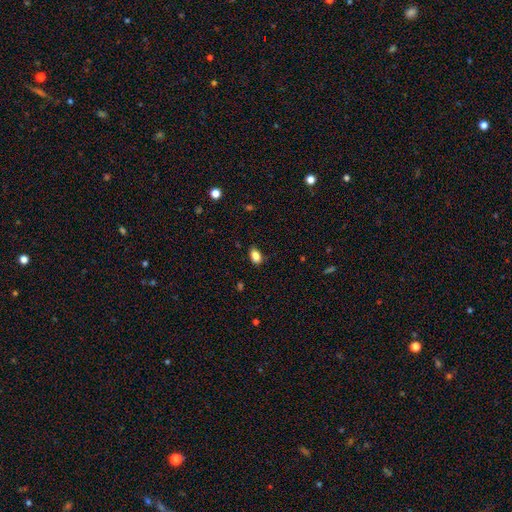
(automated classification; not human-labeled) smooth 85%, star or artifact 9%, featured or disk 6%. Down the decision tree: how rounded — in between (87%); merging — none (83%).